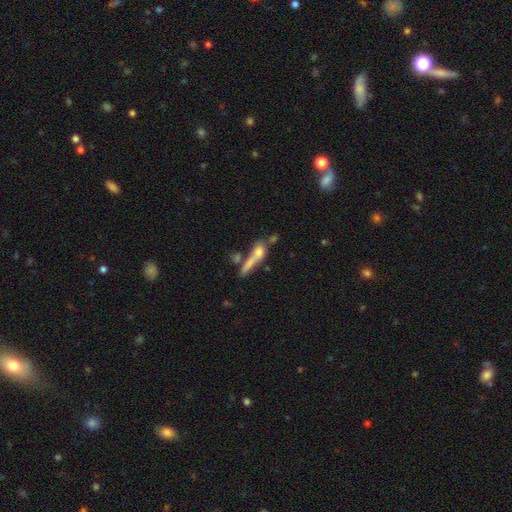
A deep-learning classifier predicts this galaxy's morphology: type=smooth (53%); roundness=cigar-shaped (70%); merging=none (37%).